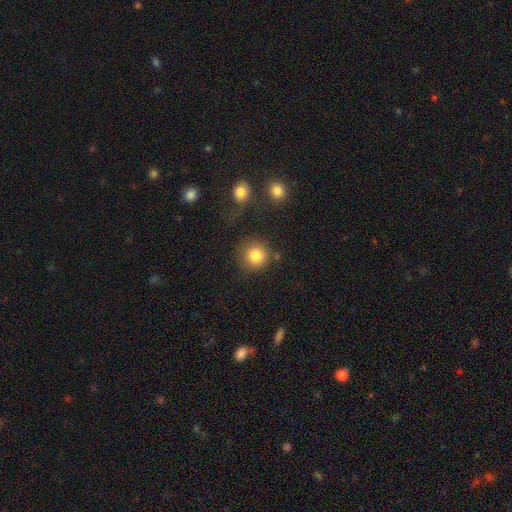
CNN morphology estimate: Smooth or featured? Predicted: smooth (p=0.84). How rounded? Predicted: round (p=0.92). Merging? Predicted: none (p=0.75).